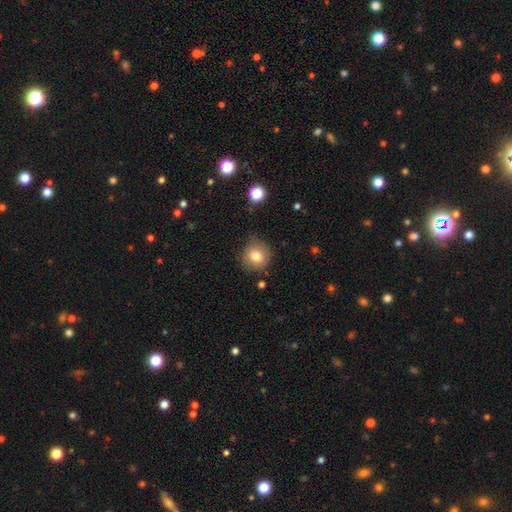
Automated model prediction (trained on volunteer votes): Smooth or featured?
  - smooth: 79% *
  - star or artifact: 11%
  - featured or disk: 10%
How rounded?
  - round: 90% *
  - in between: 9%
  - cigar-shaped: 1%
Merging?
  - none: 76% *
  - minor disturbance: 17%
  - major disturbance: 4%
  - merger: 2%